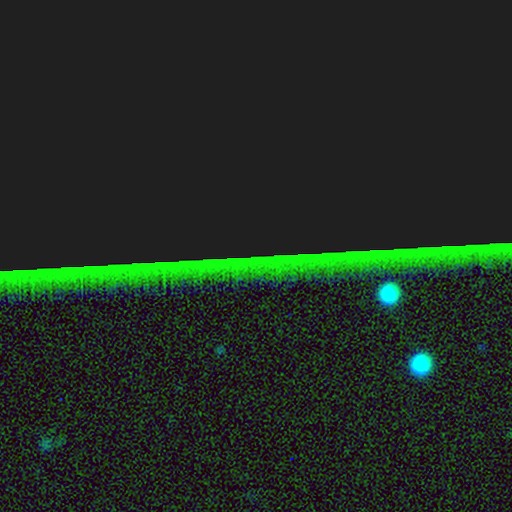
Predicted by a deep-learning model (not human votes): Morphology: type=star or artifact (86%).